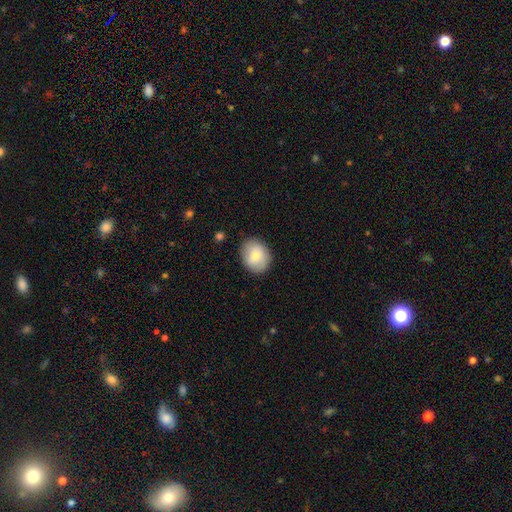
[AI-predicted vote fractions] smooth_or_featured: smooth (p=0.78) [alt: featured or disk p=0.15]
how_rounded: round (p=0.52) [alt: in between p=0.47]
merging: none (p=0.85) [alt: minor disturbance p=0.11]